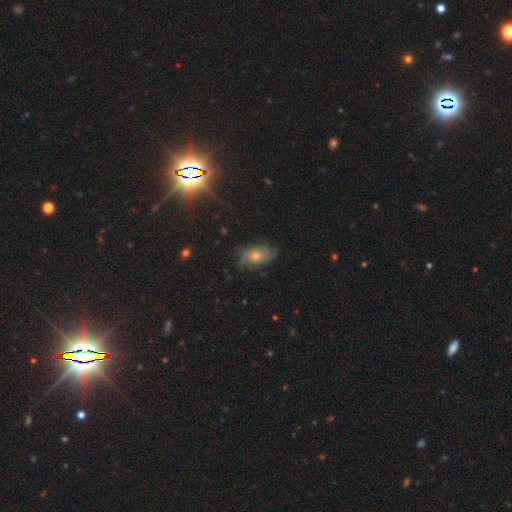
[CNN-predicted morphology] The model was most divided on "bulge size": moderate: 53%, small: 41%, large: 3%, none: 2%, dominant: 1%. More confident: edge-on disk — no (93%); bar — no (84%); spiral arms — yes (81%); merging — none (67%); smooth or featured — featured or disk (57%).